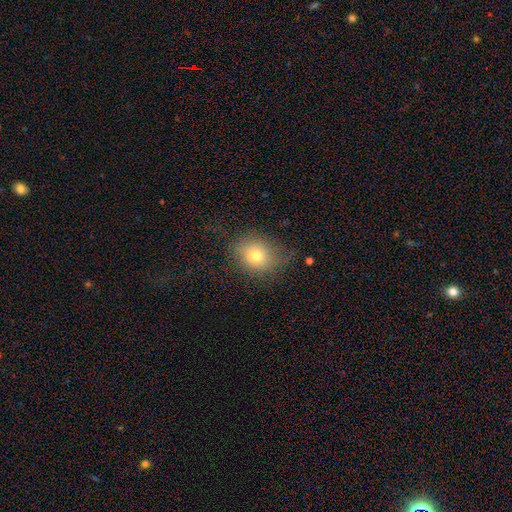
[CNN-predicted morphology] This appears to be a smooth galaxy with no disk features (74%) that is round (67%). Merging: none (68%).